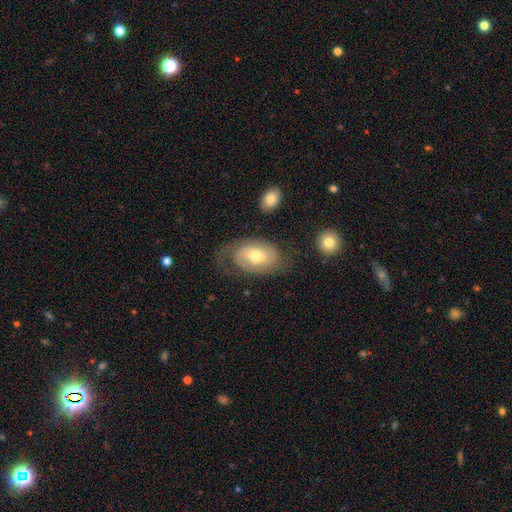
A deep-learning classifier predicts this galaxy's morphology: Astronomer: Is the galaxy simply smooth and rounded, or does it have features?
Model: featured or disk — 65%.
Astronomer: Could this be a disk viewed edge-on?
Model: no — 95%.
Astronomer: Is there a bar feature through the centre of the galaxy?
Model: no — 59%.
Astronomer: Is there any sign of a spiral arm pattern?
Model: yes — 85%.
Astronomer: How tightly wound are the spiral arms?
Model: tight — 45% (runner-up: medium, 38%).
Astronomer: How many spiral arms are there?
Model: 2 — 63%.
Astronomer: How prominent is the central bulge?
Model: moderate — 59% (runner-up: small, 35%).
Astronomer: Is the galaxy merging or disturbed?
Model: none — 57%.